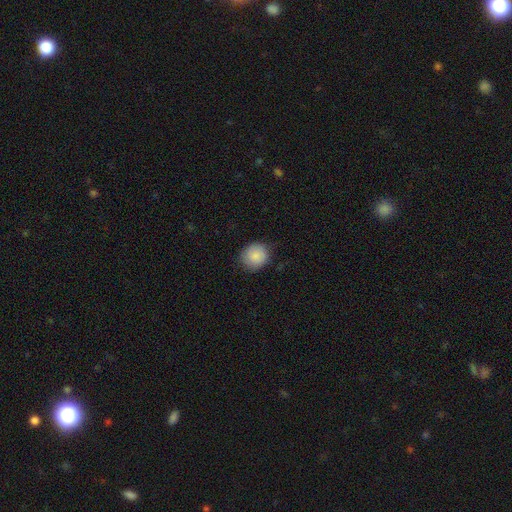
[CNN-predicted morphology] Smooth or featured? Predicted: smooth (p=0.87). How rounded? Predicted: round (p=0.83). Merging? Predicted: none (p=0.81).